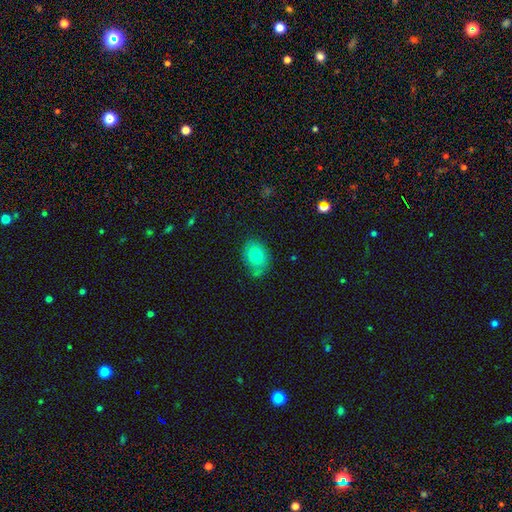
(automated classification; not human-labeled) Smooth or featured: smooth — 78% (featured or disk — 12%)
How rounded: in between — 67% (round — 32%)
Merging: none — 69% (minor disturbance — 22%)